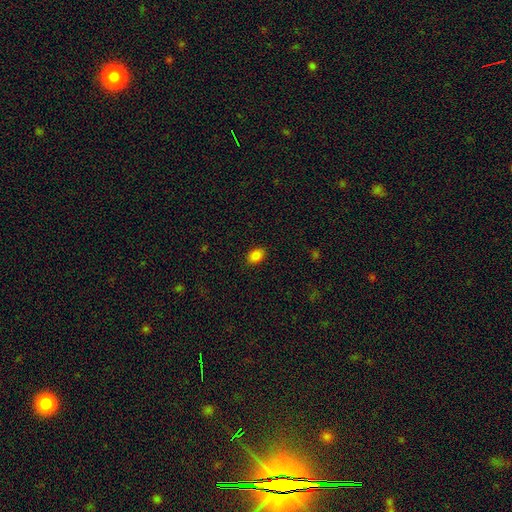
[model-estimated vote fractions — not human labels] smooth_or_featured: smooth (p=0.85) [alt: star or artifact p=0.10]
how_rounded: in between (p=0.81) [alt: round p=0.18]
merging: none (p=0.88) [alt: minor disturbance p=0.09]